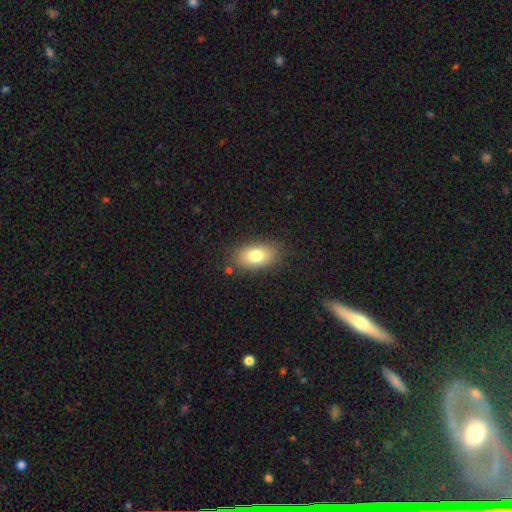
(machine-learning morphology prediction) This appears to be a smooth galaxy with no disk features (78%) that is in between round and cigar-shaped (88%). Merging: none (83%).